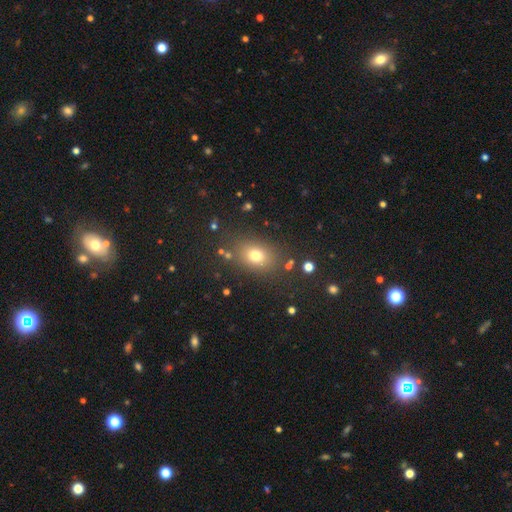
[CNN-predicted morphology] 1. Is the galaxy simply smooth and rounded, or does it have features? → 75% smooth, 15% star or artifact, 10% featured or disk.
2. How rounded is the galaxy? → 62% in between, 37% round, 1% cigar-shaped.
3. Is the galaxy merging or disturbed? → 81% none, 11% minor disturbance, 5% major disturbance, 3% merger.